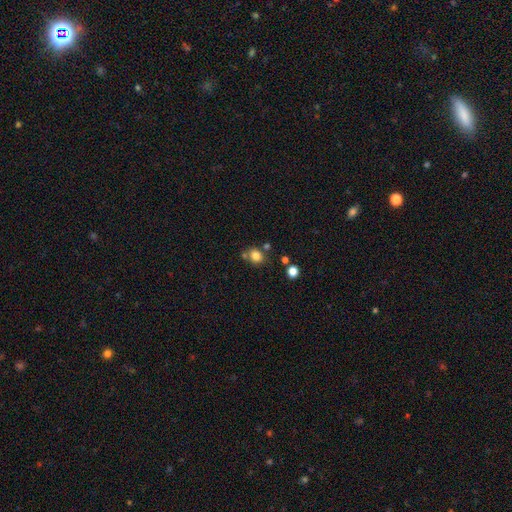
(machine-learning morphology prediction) The model was most divided on "how rounded": round: 67%, in between: 32%, cigar-shaped: 1%. More confident: smooth or featured — smooth (81%); merging — none (66%).